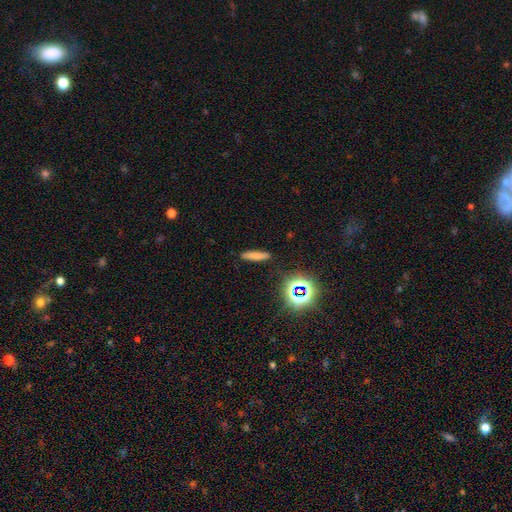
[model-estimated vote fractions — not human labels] A smooth galaxy with no disk features (71%) that is cigar-shaped (83%).

Vote fractions:
- Smooth or featured? smooth: 71% / star or artifact: 18% / featured or disk: 11%
- How rounded? cigar-shaped: 83% / in between: 13% / round: 4%
- Merging? none: 87% / minor disturbance: 9% / major disturbance: 3% / merger: 2%